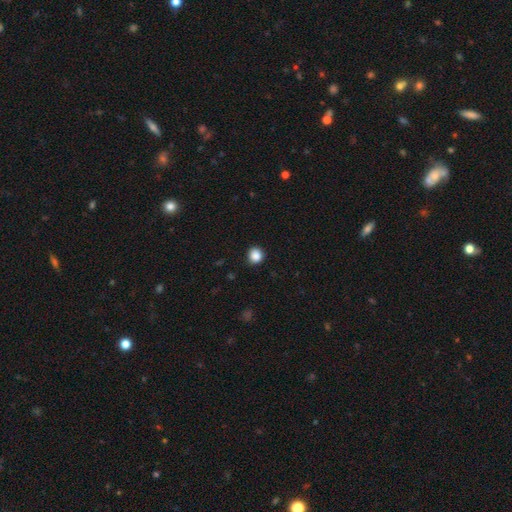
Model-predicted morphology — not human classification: A smooth galaxy with no disk features (87%) that is round (87%). Merging: none (89%).